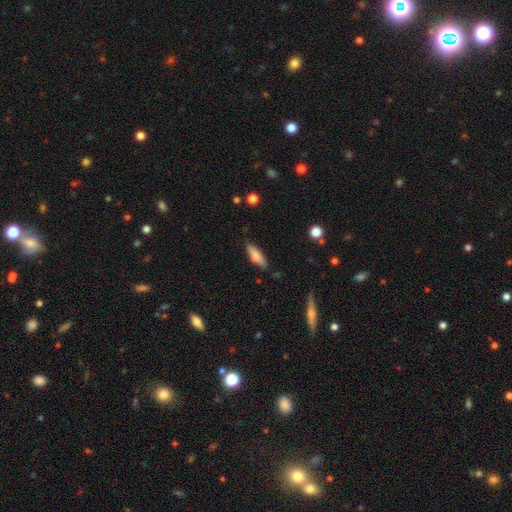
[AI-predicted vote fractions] Smooth or featured: smooth — 77% (featured or disk — 16%)
How rounded: cigar-shaped — 50% (in between — 48%)
Merging: none — 79% (minor disturbance — 16%)